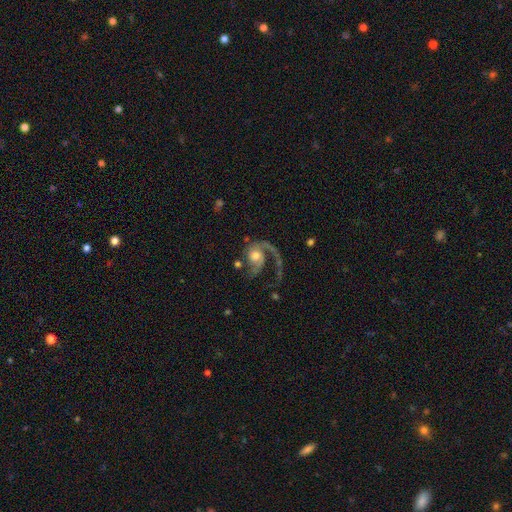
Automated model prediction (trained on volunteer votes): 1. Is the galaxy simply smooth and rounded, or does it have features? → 83% featured or disk, 11% smooth, 6% star or artifact.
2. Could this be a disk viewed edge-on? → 98% no, 2% yes.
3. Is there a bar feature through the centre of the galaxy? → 72% no, 23% weak, 5% strong.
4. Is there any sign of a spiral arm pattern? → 94% yes, 6% no.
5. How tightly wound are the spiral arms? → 47% loose, 41% medium, 12% tight.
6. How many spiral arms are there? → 55% 1, 37% 2, 3% can't tell, 2% 3, 1% 4, 1% more than 4.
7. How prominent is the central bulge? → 55% moderate, 21% large, 17% small, 4% none, 3% dominant.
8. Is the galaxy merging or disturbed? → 41% major disturbance, 39% none, 14% minor disturbance, 6% merger.